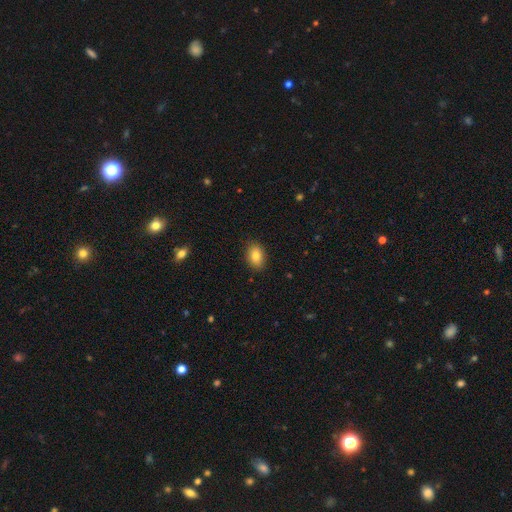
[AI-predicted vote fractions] smooth 83%, star or artifact 9%, featured or disk 8%. Down the decision tree: how rounded — in between (82%); merging — none (88%).